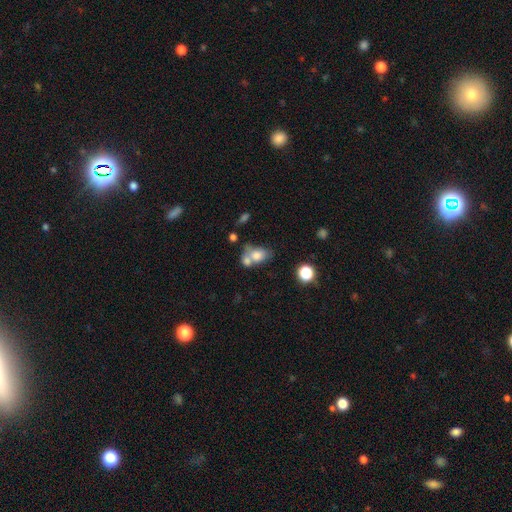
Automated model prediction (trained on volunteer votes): Smooth or featured? smooth (74%)
How rounded? in between (69%)
Merging? merger (52%)